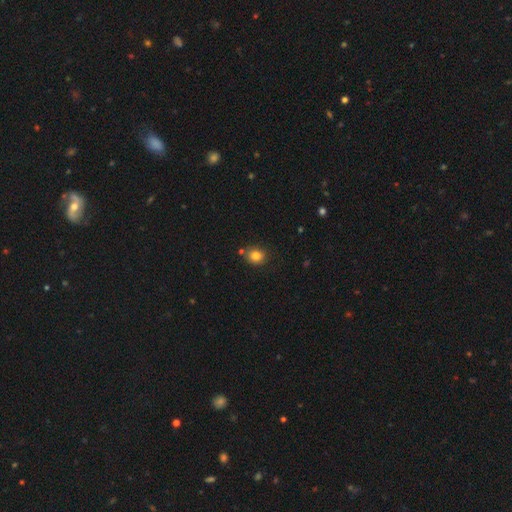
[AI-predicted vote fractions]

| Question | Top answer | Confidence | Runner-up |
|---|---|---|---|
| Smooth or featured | smooth | 82% | star or artifact (11%) |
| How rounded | round | 72% | in between (28%) |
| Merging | none | 76% | minor disturbance (13%) |